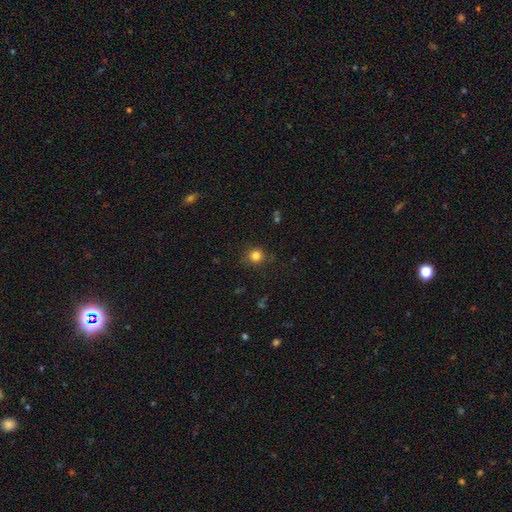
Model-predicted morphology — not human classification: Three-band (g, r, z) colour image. It shows a smooth galaxy with no disk features (82%) that is round (89%). Merging: none (83%).